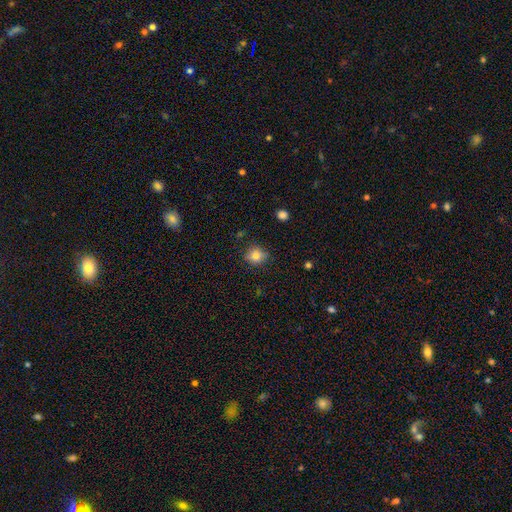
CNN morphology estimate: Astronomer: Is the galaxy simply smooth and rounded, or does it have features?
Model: smooth — 81%.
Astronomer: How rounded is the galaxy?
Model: round — 77%.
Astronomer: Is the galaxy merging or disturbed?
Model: none — 80%.